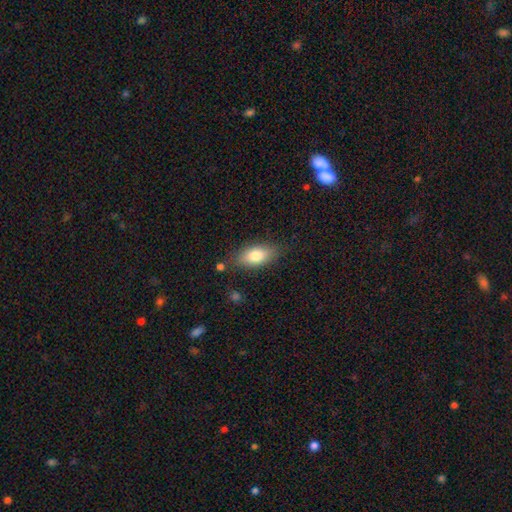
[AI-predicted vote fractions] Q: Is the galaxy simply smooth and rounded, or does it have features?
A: smooth — 80%.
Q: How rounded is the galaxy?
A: in between — 87%.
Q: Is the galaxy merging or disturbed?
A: none — 79%.